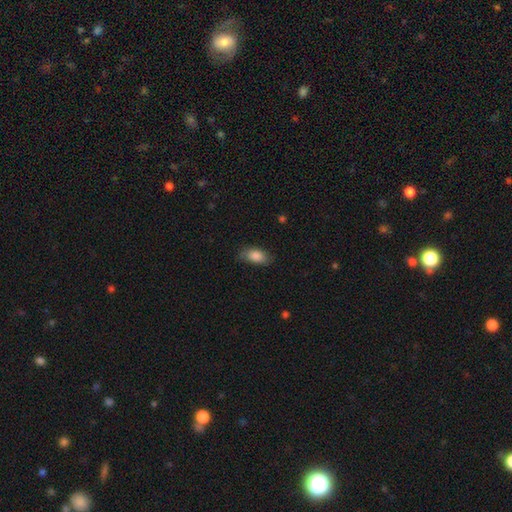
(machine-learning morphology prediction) A smooth galaxy with no disk features (86%) that is in between round and cigar-shaped (90%).

Vote fractions:
- Smooth or featured? smooth: 86% / featured or disk: 8% / star or artifact: 7%
- How rounded? in between: 90% / cigar-shaped: 5% / round: 5%
- Merging? none: 74% / minor disturbance: 21% / major disturbance: 5% / merger: 1%